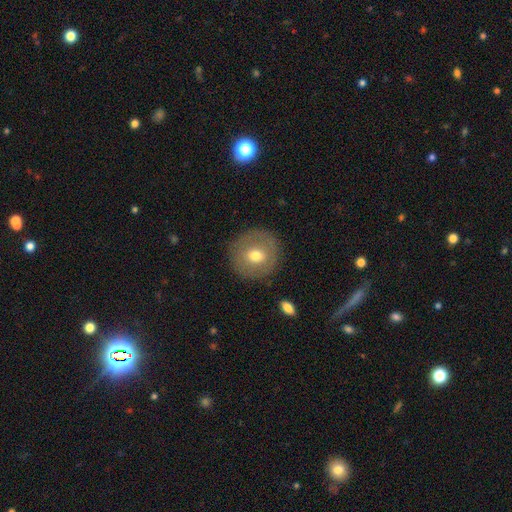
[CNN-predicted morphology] smooth-or-featured: smooth: 62% | featured or disk: 30% | star or artifact: 8%
  how-rounded: round: 93% | in between: 6% | cigar-shaped: 1%
  merging: none: 86% | minor disturbance: 9% | major disturbance: 3% | merger: 1%